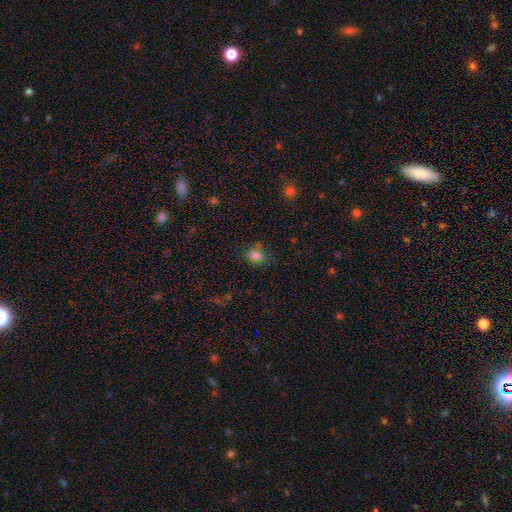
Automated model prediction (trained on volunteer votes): Smooth or featured? Predicted: smooth (p=0.80). How rounded? Predicted: in between (p=0.61). Merging? Predicted: none (p=0.71).